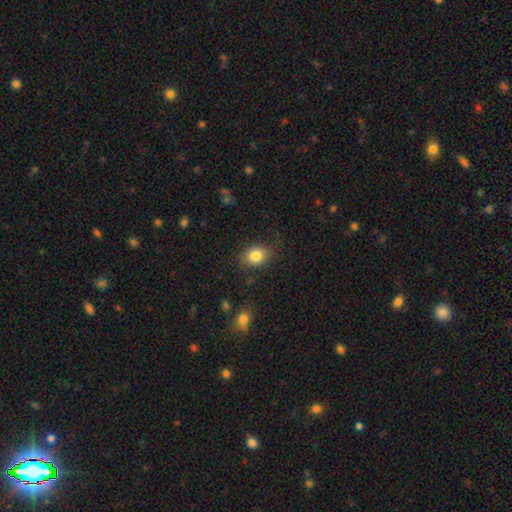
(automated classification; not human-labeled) smooth_or_featured: smooth (p=0.83) [alt: star or artifact p=0.10]
how_rounded: in between (p=0.54) [alt: round p=0.45]
merging: none (p=0.80) [alt: minor disturbance p=0.14]